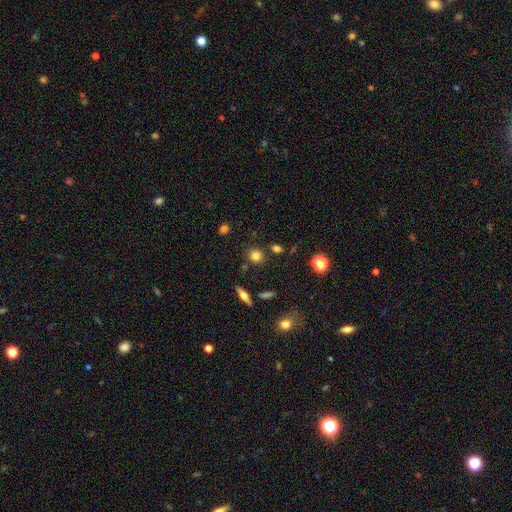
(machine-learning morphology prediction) This appears to be a smooth galaxy with no disk features (79%) that is round (87%). Merging: none (82%).